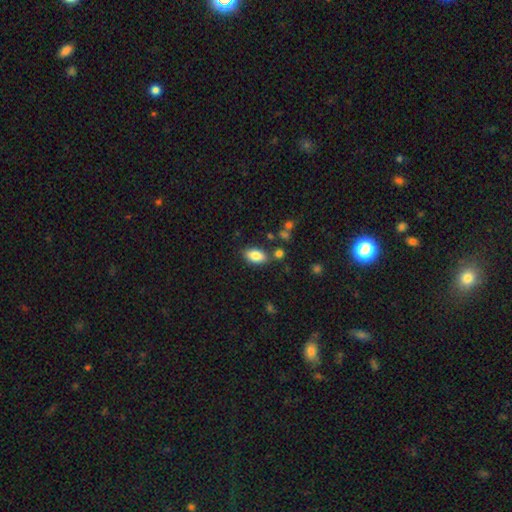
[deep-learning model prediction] smooth 84%, featured or disk 9%, star or artifact 8%. Down the decision tree: how rounded — in between (91%); merging — none (79%).